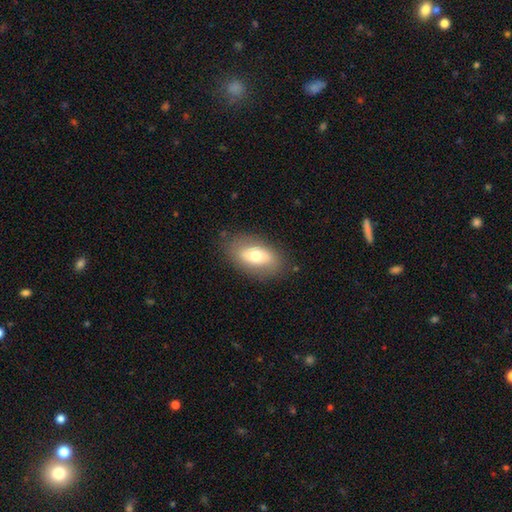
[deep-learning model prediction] smooth_or_featured: smooth (p=0.65) [alt: featured or disk p=0.28]
how_rounded: in between (p=0.90) [alt: round p=0.06]
merging: none (p=0.80) [alt: minor disturbance p=0.14]